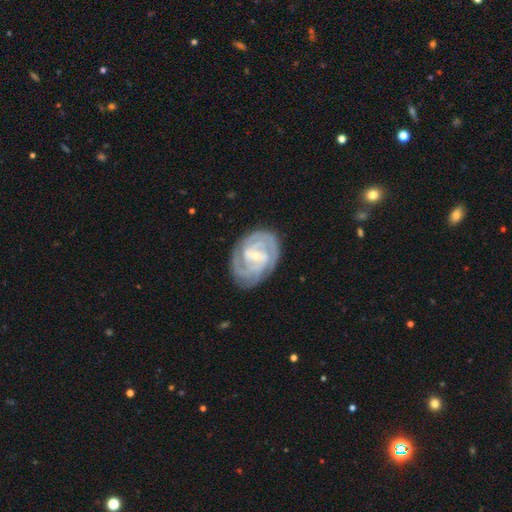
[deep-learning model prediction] A featured or disk galaxy (89%) with a weak bar (49%), 3 (32%) tight (69%) spiral arms (97%) and a small central bulge (69%). Merging: none (80%).